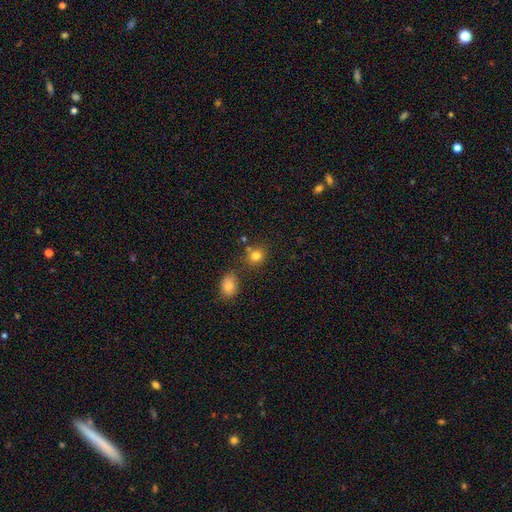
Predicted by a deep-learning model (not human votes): This is clearly a smooth galaxy (80%). How rounded: likely round (77%). Merging: likely none (69%).